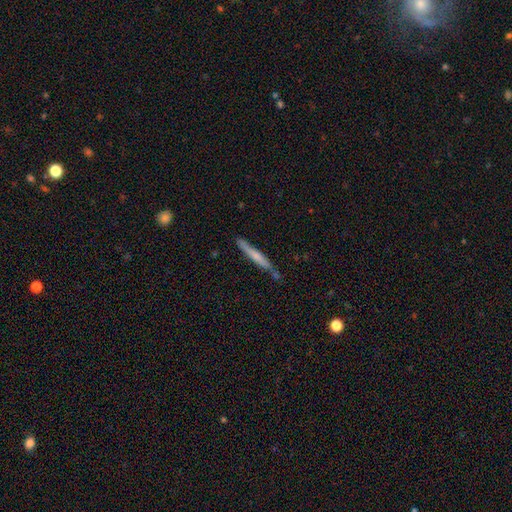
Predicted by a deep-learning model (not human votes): This is possibly a smooth galaxy (55%). How rounded: clearly cigar-shaped (95%). Merging: likely none (77%).